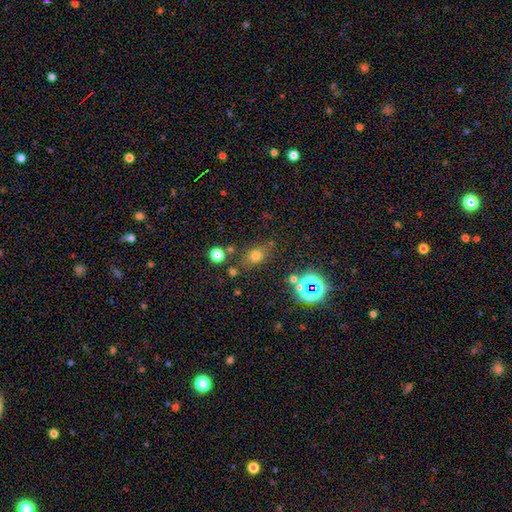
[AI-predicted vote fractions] This is likely a smooth galaxy (65%). How rounded: possibly in between (53%). Merging: likely none (75%).